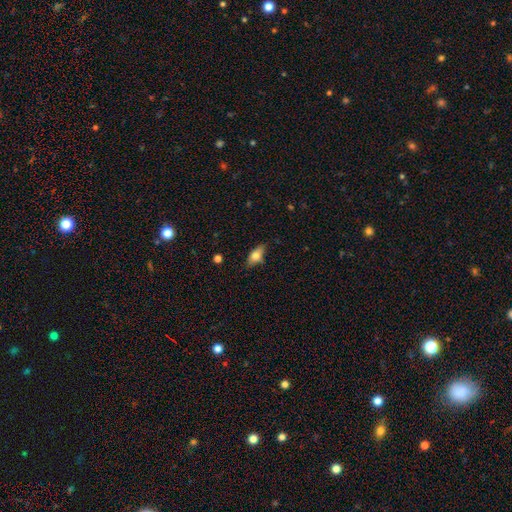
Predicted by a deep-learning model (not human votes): Smooth or featured?
  - smooth: 68% *
  - featured or disk: 24%
  - star or artifact: 8%
How rounded?
  - in between: 78% *
  - cigar-shaped: 17%
  - round: 5%
Merging?
  - none: 75% *
  - minor disturbance: 19%
  - major disturbance: 4%
  - merger: 2%